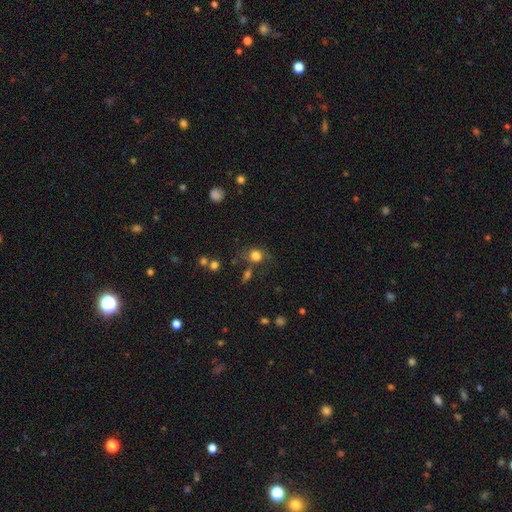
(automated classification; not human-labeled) smooth 78%, star or artifact 12%, featured or disk 10%. Down the decision tree: how rounded — round (73%); merging — none (59%).